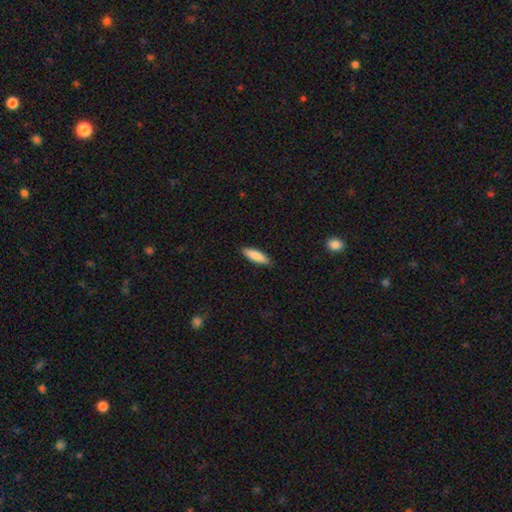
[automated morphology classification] Overall: smooth (86%). How rounded: cigar-shaped (57%; in between 41%). Merging: none (88%).